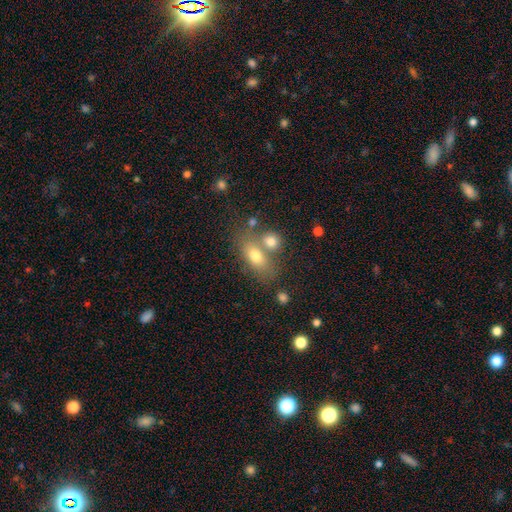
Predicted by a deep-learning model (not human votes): A smooth galaxy with no disk features (71%) that is in between round and cigar-shaped (79%). Merging: none (48%).